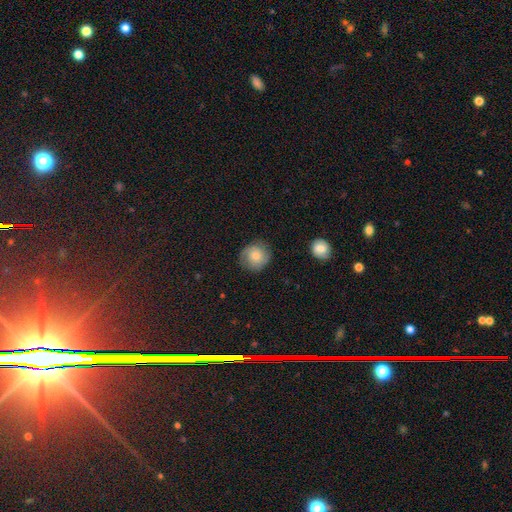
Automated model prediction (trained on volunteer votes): Smooth or featured: smooth — 67% (featured or disk — 25%)
How rounded: round — 88% (in between — 11%)
Merging: none — 80% (minor disturbance — 15%)